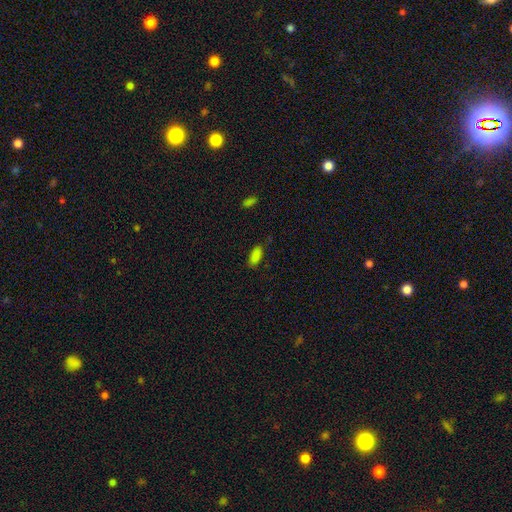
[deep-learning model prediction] Q: Smooth or featured?
A: smooth (86%); runner-up: star or artifact (10%)
Q: How rounded?
A: in between (84%); runner-up: cigar-shaped (14%)
Q: Merging?
A: none (81%); runner-up: minor disturbance (14%)